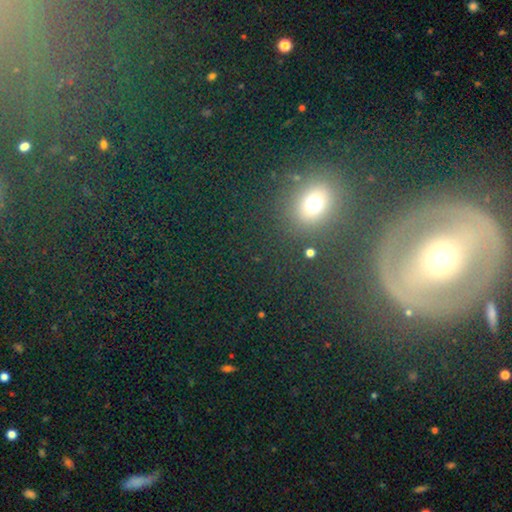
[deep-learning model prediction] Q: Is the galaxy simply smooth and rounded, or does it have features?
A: smooth — 42%.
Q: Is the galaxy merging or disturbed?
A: none — 80%.